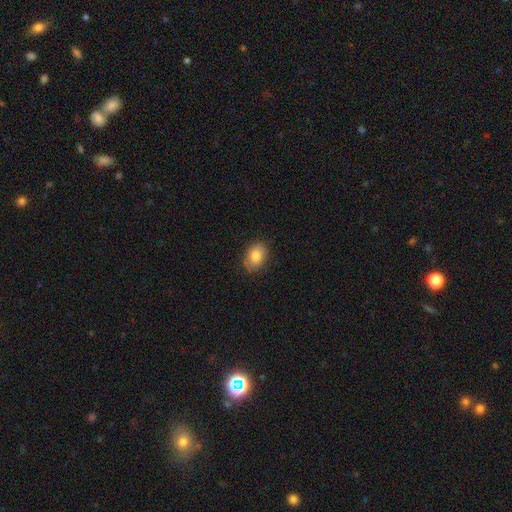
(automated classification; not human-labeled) smooth_or_featured: smooth (p=0.82) [alt: featured or disk p=0.10]
how_rounded: in between (p=0.75) [alt: round p=0.24]
merging: none (p=0.81) [alt: minor disturbance p=0.15]